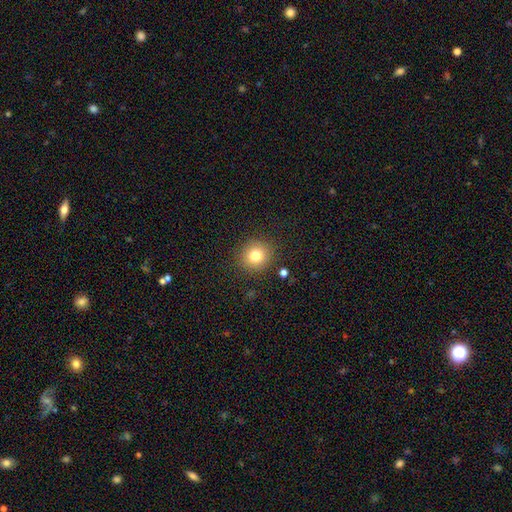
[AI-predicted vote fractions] Q: Smooth or featured?
A: smooth (80%); runner-up: star or artifact (12%)
Q: How rounded?
A: round (90%); runner-up: in between (9%)
Q: Merging?
A: none (88%); runner-up: minor disturbance (7%)